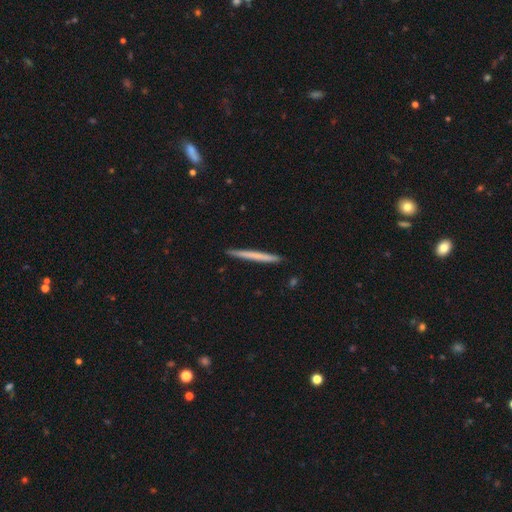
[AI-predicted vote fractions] smooth 60%, featured or disk 35%, star or artifact 5%. Down the decision tree: how rounded — cigar-shaped (97%); merging — none (92%).